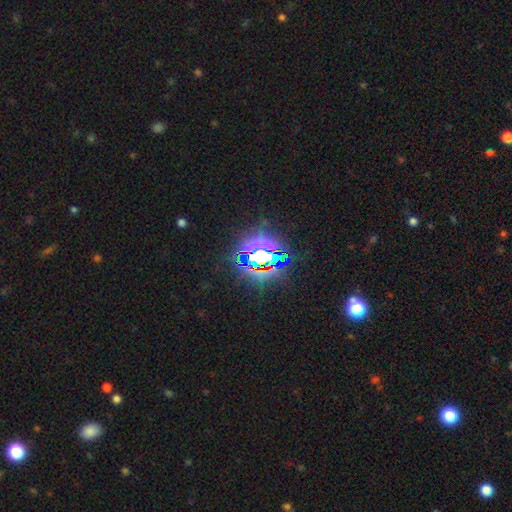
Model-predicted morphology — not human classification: Overall: star or artifact (75%).